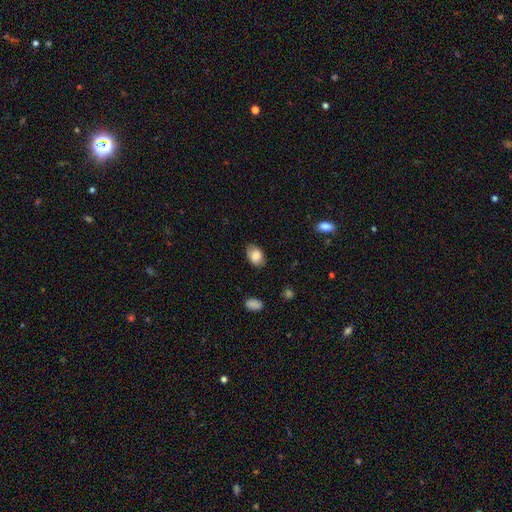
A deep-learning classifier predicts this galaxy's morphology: smooth-or-featured: smooth: 82% | featured or disk: 11% | star or artifact: 7%
  how-rounded: in between: 88% | round: 11% | cigar-shaped: 1%
  merging: none: 81% | minor disturbance: 14% | major disturbance: 3% | merger: 1%